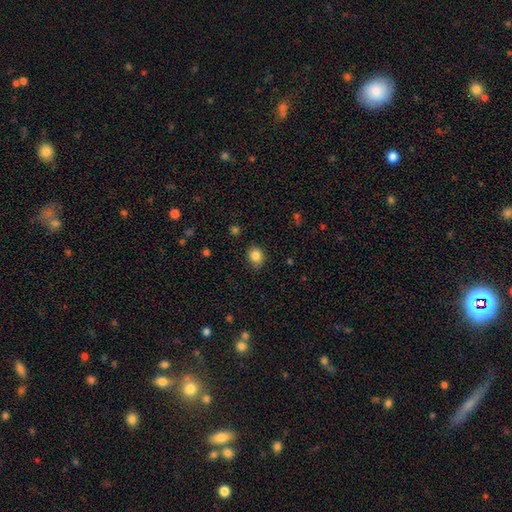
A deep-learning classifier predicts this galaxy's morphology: Q: Smooth or featured?
A: smooth (85%); runner-up: star or artifact (10%)
Q: How rounded?
A: round (60%); runner-up: in between (39%)
Q: Merging?
A: none (81%); runner-up: minor disturbance (14%)